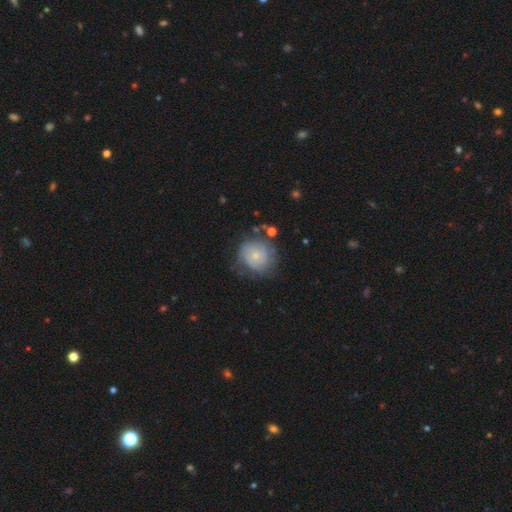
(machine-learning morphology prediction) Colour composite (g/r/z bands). It shows a smooth galaxy with no disk features (59%) that is round (84%). Merging: none (62%).